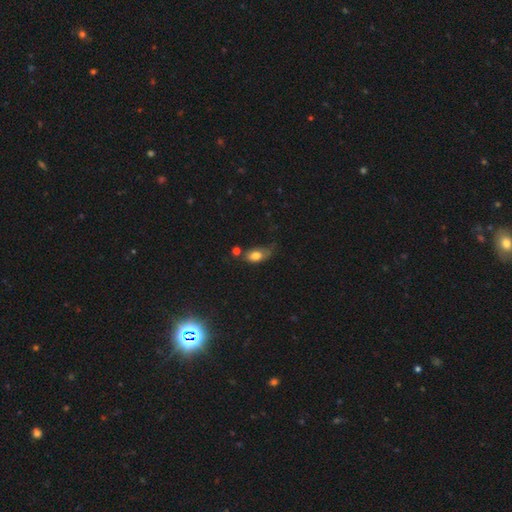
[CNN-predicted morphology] A smooth galaxy with no disk features (78%) that is in between round and cigar-shaped (87%).

Vote fractions:
- Smooth or featured? smooth: 78% / featured or disk: 14% / star or artifact: 8%
- How rounded? in between: 87% / round: 10% / cigar-shaped: 4%
- Merging? none: 43% / minor disturbance: 33% / major disturbance: 13% / merger: 11%